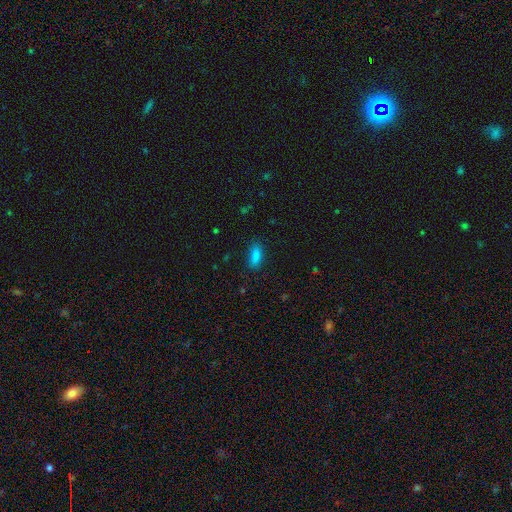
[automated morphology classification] smooth_or_featured: smooth (p=0.85) [alt: star or artifact p=0.09]
how_rounded: in between (p=0.76) [alt: cigar-shaped p=0.21]
merging: none (p=0.84) [alt: minor disturbance p=0.12]